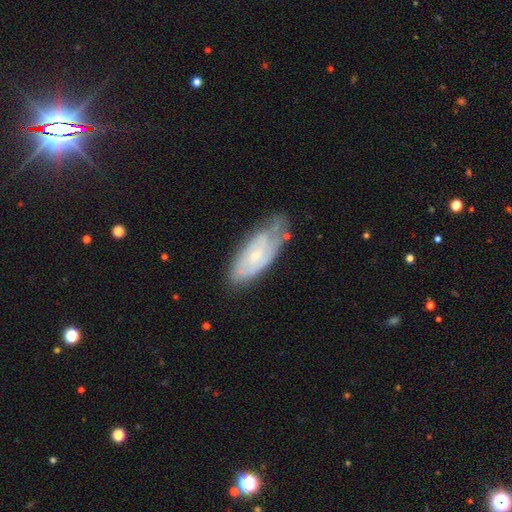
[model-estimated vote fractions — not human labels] Smooth or featured? featured or disk (60%)
Edge-on disk? no (88%)
Bar? no (73%)
Spiral arms? yes (70%)
Bulge size? small (70%)
Merging? none (55%)